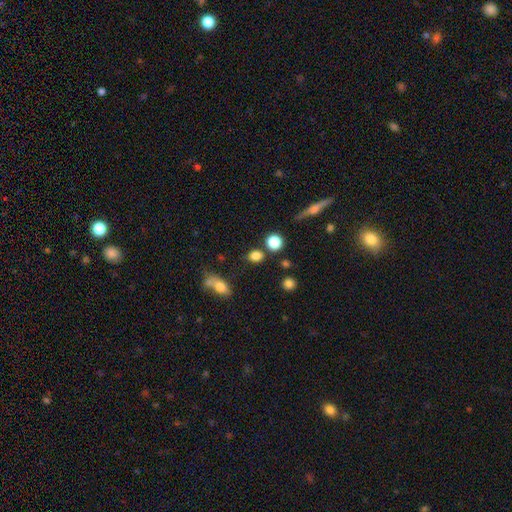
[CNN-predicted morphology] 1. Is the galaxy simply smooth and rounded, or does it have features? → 80% smooth, 14% star or artifact, 6% featured or disk.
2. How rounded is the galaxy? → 59% round, 38% in between, 2% cigar-shaped.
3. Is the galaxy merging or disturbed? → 73% none, 11% minor disturbance, 11% merger, 4% major disturbance.